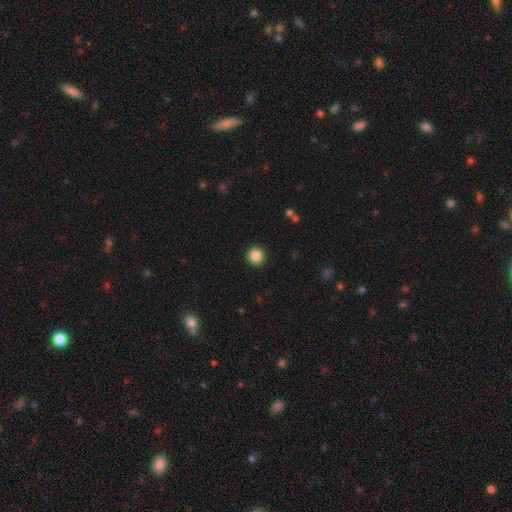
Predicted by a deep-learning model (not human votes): Smooth or featured? Predicted: smooth (p=0.86). How rounded? Predicted: round (p=0.95). Merging? Predicted: none (p=0.93).